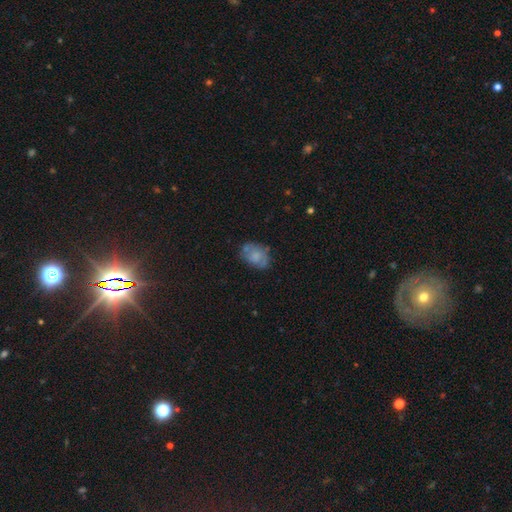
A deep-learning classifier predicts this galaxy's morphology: This appears to be a smooth galaxy with no disk features (56%) that is in between round and cigar-shaped (75%). Merging: none (57%).